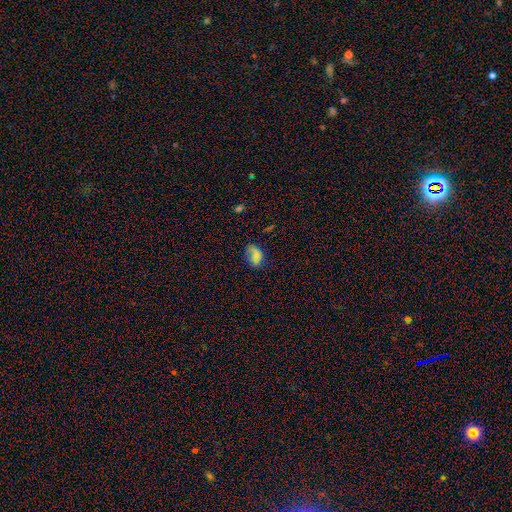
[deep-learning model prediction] smooth_or_featured: smooth (p=0.72) [alt: featured or disk p=0.15]
how_rounded: in between (p=0.84) [alt: round p=0.14]
merging: none (p=0.45) [alt: minor disturbance p=0.32]